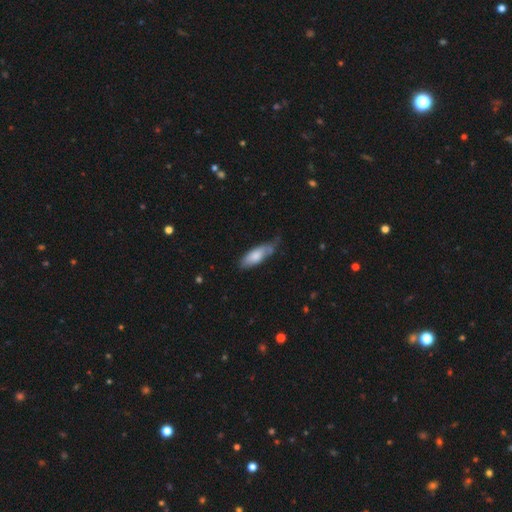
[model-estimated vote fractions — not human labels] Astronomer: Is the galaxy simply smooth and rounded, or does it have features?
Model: smooth — 73%.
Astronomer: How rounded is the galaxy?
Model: in between — 66%.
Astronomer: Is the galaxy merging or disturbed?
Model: none — 49% (runner-up: minor disturbance, 38%).